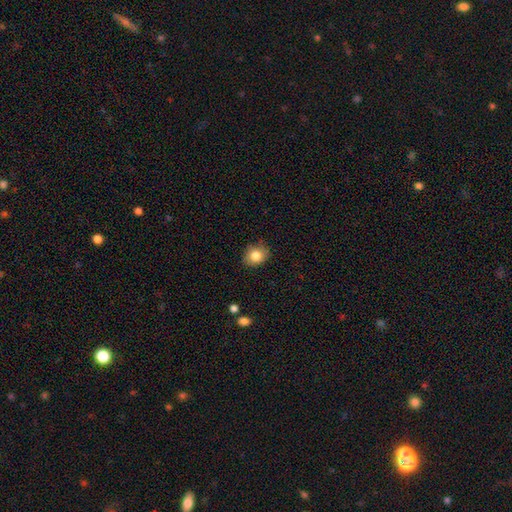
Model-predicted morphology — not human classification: smooth_or_featured: smooth (p=0.83) [alt: star or artifact p=0.09]
how_rounded: round (p=0.59) [alt: in between p=0.40]
merging: none (p=0.82) [alt: minor disturbance p=0.14]